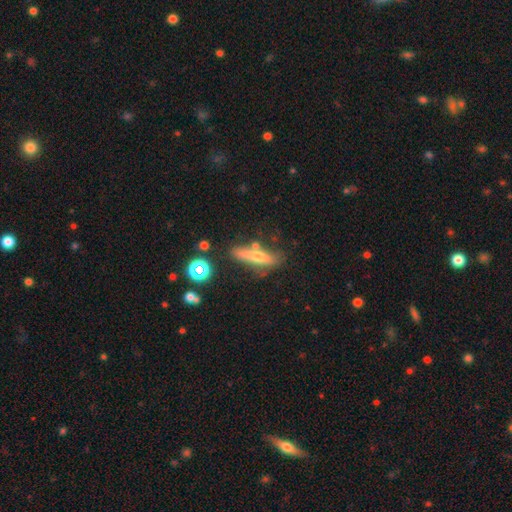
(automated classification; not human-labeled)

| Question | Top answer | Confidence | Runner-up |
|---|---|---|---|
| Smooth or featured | smooth | 46% | featured or disk (44%) |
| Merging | none | 63% | minor disturbance (20%) |